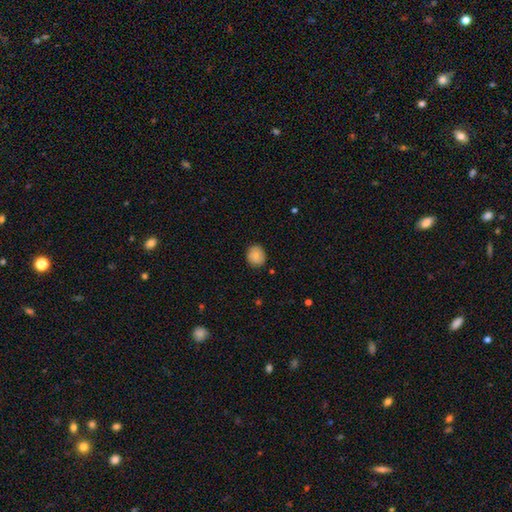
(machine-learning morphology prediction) Smooth or featured? smooth (82%)
How rounded? round (70%)
Merging? none (84%)